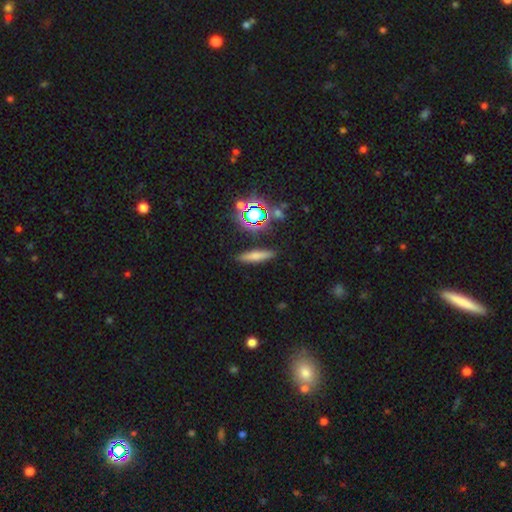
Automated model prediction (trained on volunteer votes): Morphology: type=smooth (62%); roundness=cigar-shaped (77%); merging=none (87%).